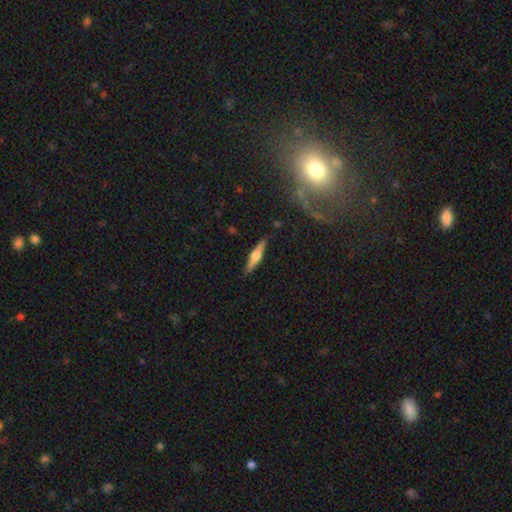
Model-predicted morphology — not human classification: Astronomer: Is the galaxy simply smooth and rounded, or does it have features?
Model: featured or disk — 59% (runner-up: smooth, 35%).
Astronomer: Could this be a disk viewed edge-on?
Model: yes — 96%.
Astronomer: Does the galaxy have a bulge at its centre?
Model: rounded — 89%.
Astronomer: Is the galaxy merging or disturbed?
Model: none — 88%.